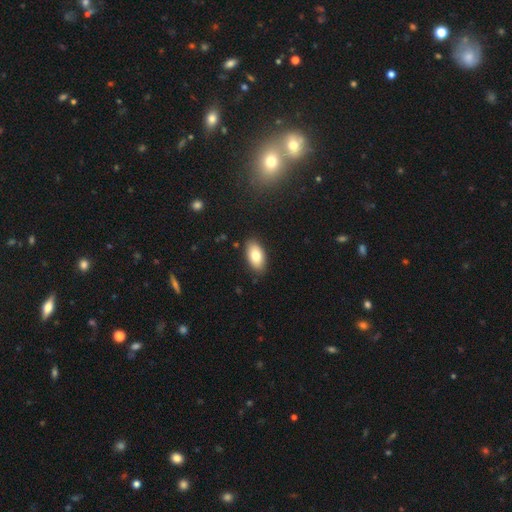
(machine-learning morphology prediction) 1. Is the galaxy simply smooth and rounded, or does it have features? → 80% smooth, 13% featured or disk, 7% star or artifact.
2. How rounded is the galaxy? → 94% in between, 3% round, 3% cigar-shaped.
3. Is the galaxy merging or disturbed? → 86% none, 10% minor disturbance, 2% major disturbance, 1% merger.